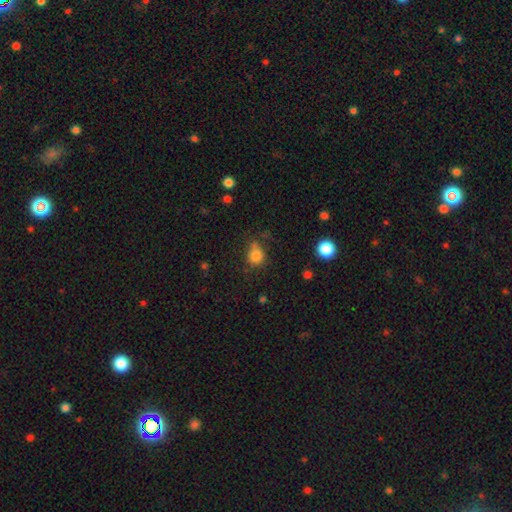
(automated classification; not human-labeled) smooth_or_featured: smooth (p=0.81) [alt: star or artifact p=0.13]
how_rounded: round (p=0.72) [alt: in between p=0.27]
merging: none (p=0.58) [alt: minor disturbance p=0.25]